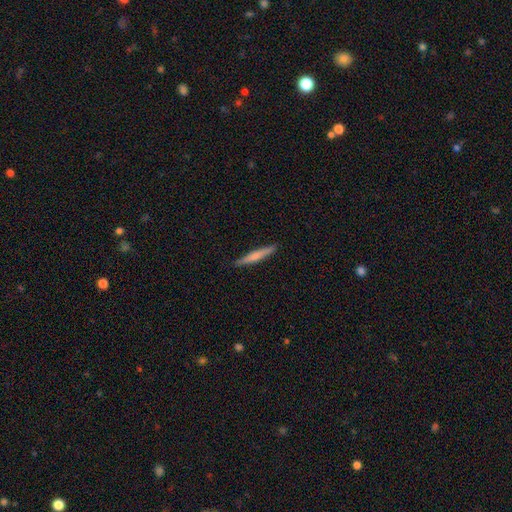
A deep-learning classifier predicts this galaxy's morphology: The model was most divided on "smooth or featured": smooth: 60%, featured or disk: 35%, star or artifact: 5%. More confident: how rounded — cigar-shaped (95%); merging — none (90%).